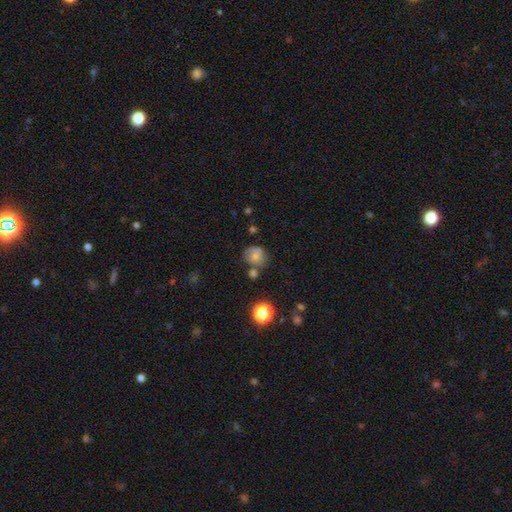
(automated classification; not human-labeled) Smooth or featured: smooth — 62% (featured or disk — 24%)
How rounded: round — 74% (in between — 25%)
Merging: none — 56% (minor disturbance — 23%)